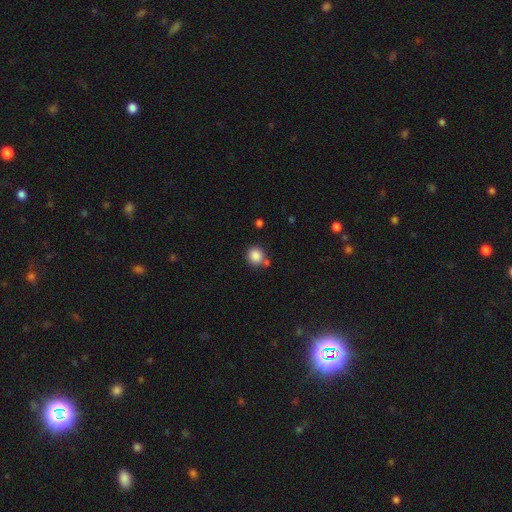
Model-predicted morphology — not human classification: smooth_or_featured: smooth (p=0.86) [alt: star or artifact p=0.10]
how_rounded: round (p=0.88) [alt: in between p=0.11]
merging: none (p=0.71) [alt: merger p=0.14]